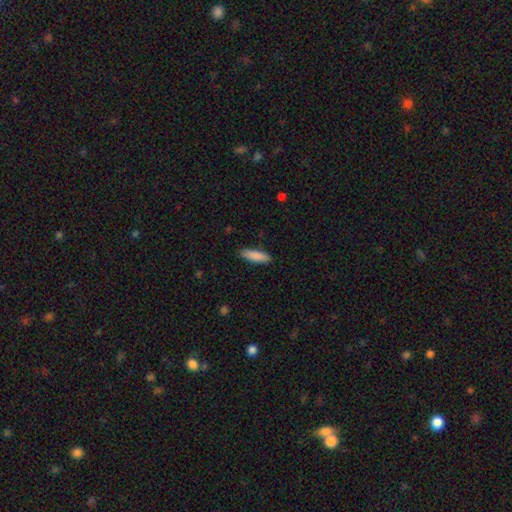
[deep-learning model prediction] A smooth galaxy with no disk features (88%) that is cigar-shaped (55%). Merging: none (89%).